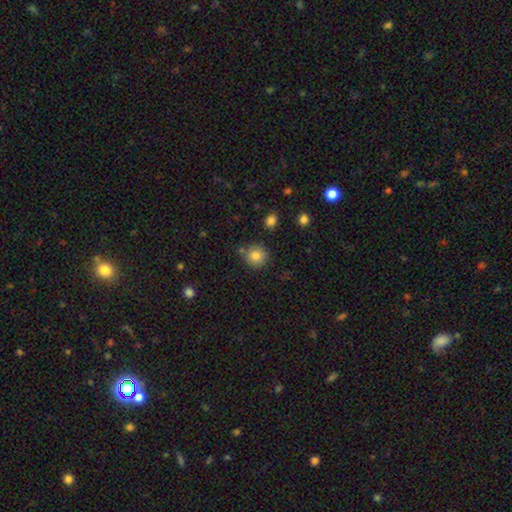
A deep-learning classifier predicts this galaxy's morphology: smooth_or_featured: smooth (p=0.83) [alt: star or artifact p=0.10]
how_rounded: round (p=0.91) [alt: in between p=0.08]
merging: none (p=0.77) [alt: minor disturbance p=0.12]